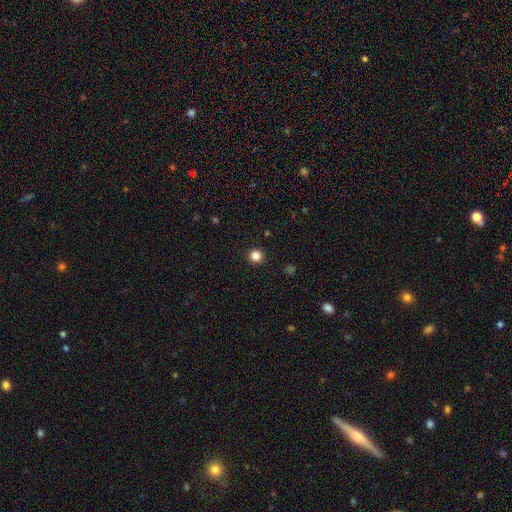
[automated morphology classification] Smooth or featured?
  - smooth: 84% *
  - star or artifact: 12%
  - featured or disk: 4%
How rounded?
  - round: 95% *
  - in between: 4%
  - cigar-shaped: 1%
Merging?
  - none: 93% *
  - minor disturbance: 4%
  - major disturbance: 2%
  - merger: 1%